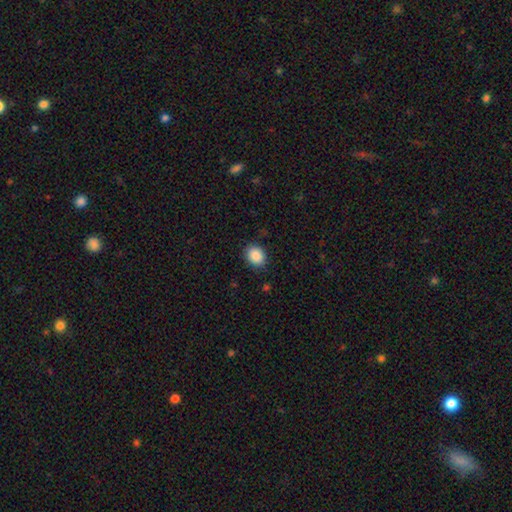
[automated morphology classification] Q: Smooth or featured?
A: smooth (89%); runner-up: star or artifact (8%)
Q: How rounded?
A: in between (52%); runner-up: round (47%)
Q: Merging?
A: none (87%); runner-up: minor disturbance (9%)